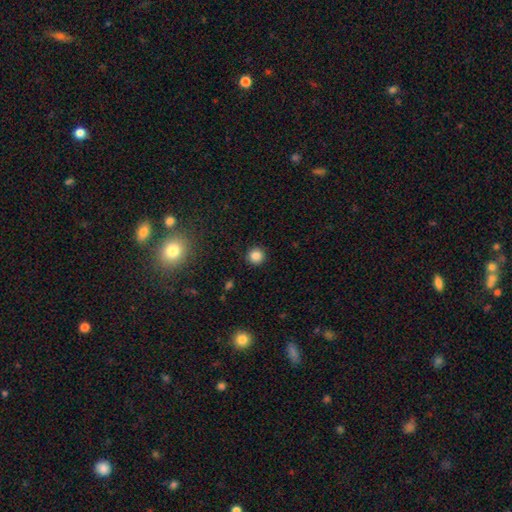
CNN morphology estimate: smooth_or_featured: smooth (p=0.84) [alt: star or artifact p=0.12]
how_rounded: round (p=0.95) [alt: in between p=0.04]
merging: none (p=0.92) [alt: minor disturbance p=0.05]